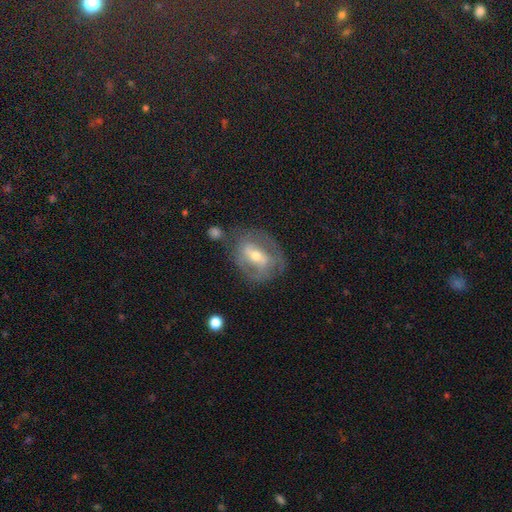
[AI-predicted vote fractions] featured or disk 70%, smooth 22%, star or artifact 8%. Down the decision tree: edge-on disk — no (93%); bar — strong (39%); spiral arms — yes (63%); bulge size — moderate (60%); merging — none (62%).